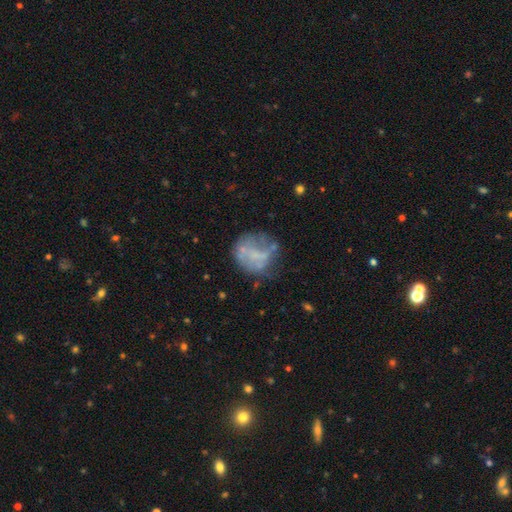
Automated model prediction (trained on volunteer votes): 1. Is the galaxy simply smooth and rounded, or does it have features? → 47% featured or disk, 42% smooth, 11% star or artifact.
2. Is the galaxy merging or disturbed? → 49% none, 22% minor disturbance, 20% major disturbance, 8% merger.